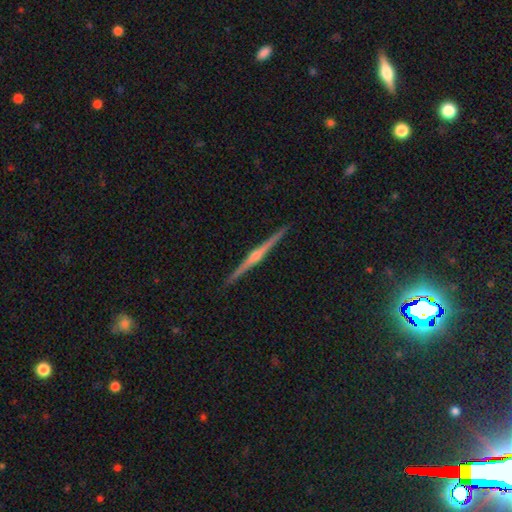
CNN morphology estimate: Smooth or featured?
  - featured or disk: 84% *
  - smooth: 9%
  - star or artifact: 7%
Edge-on disk?
  - yes: 99% *
  - no: 1%
Edge-on bulge?
  - rounded: 86% *
  - none: 8%
  - boxy: 6%
Merging?
  - none: 93% *
  - minor disturbance: 5%
  - major disturbance: 1%
  - merger: 1%